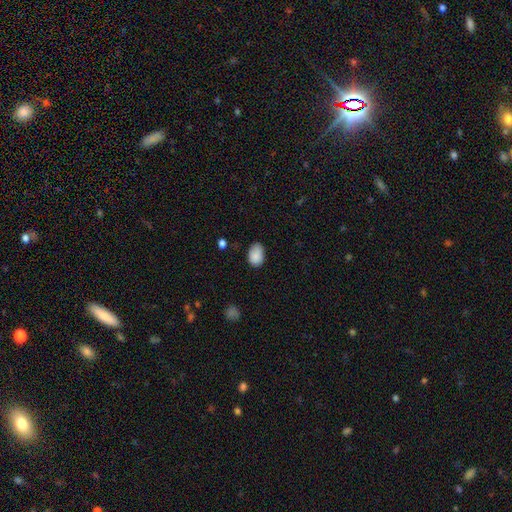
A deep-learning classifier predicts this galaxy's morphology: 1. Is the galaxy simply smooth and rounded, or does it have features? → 87% smooth, 8% star or artifact, 5% featured or disk.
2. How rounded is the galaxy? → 84% in between, 15% round, 1% cigar-shaped.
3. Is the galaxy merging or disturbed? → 67% none, 27% minor disturbance, 5% major disturbance, 2% merger.